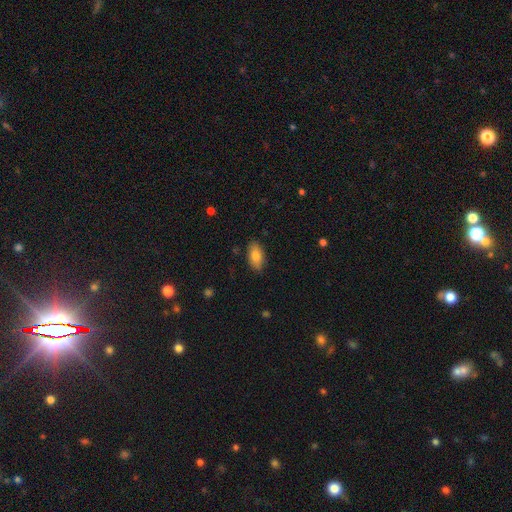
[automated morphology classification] This is clearly a smooth galaxy (81%). How rounded: clearly in between (91%). Merging: clearly none (85%).